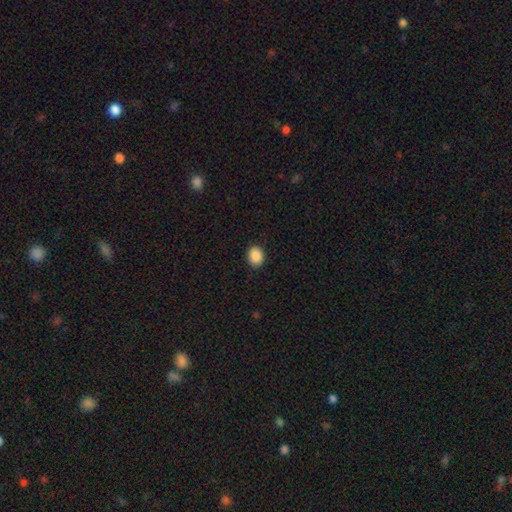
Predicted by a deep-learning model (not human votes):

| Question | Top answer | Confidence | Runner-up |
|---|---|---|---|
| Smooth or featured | smooth | 89% | star or artifact (8%) |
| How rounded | round | 52% | in between (47%) |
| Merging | none | 90% | minor disturbance (7%) |